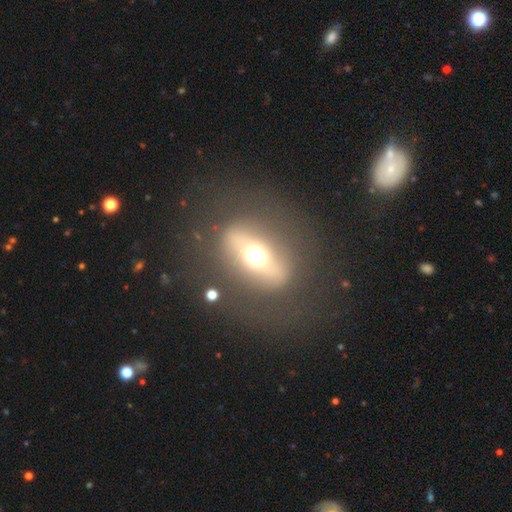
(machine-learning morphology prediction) featured or disk 52%, smooth 37%, star or artifact 11%. Down the decision tree: edge-on disk — no (60%); merging — none (78%).